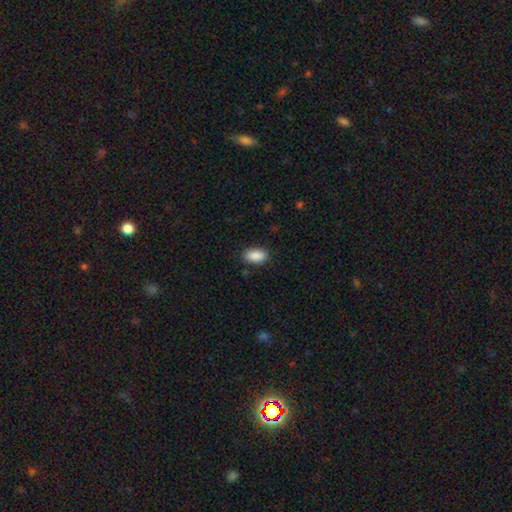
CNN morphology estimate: Smooth or featured?
  - smooth: 89% *
  - star or artifact: 7%
  - featured or disk: 4%
How rounded?
  - in between: 93% *
  - cigar-shaped: 4%
  - round: 3%
Merging?
  - none: 87% *
  - minor disturbance: 10%
  - major disturbance: 2%
  - merger: 1%